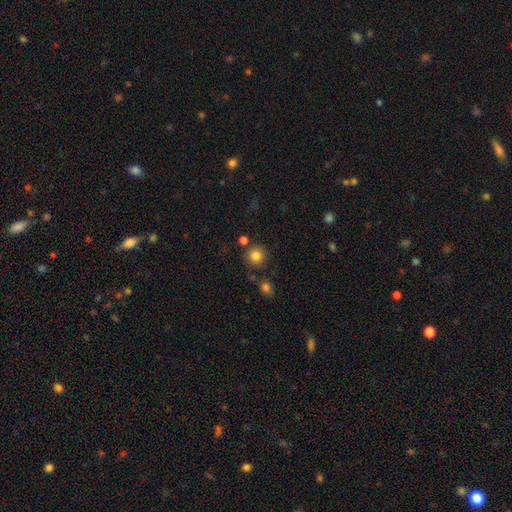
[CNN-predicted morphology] A smooth galaxy with no disk features (83%) that is round (92%). Merging: none (82%).